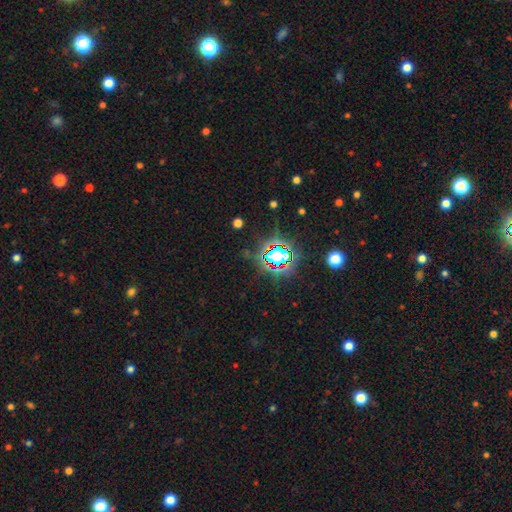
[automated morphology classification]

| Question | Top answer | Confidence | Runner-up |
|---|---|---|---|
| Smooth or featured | star or artifact | 81% | smooth (11%) |